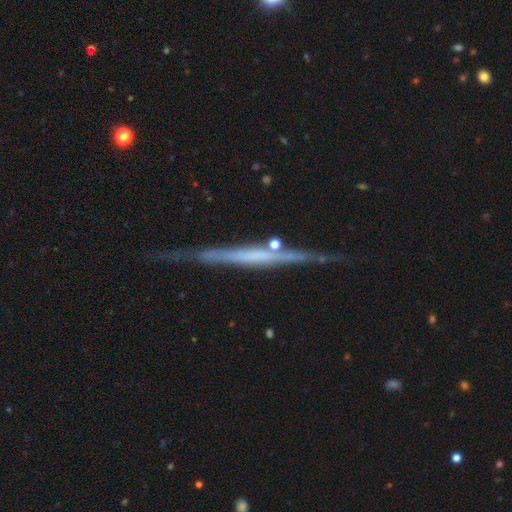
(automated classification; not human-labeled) The model was most divided on "smooth or featured": featured or disk: 74%, smooth: 20%, star or artifact: 6%. More confident: edge-on disk — yes (96%); merging — none (77%); edge-on bulge — none (73%).